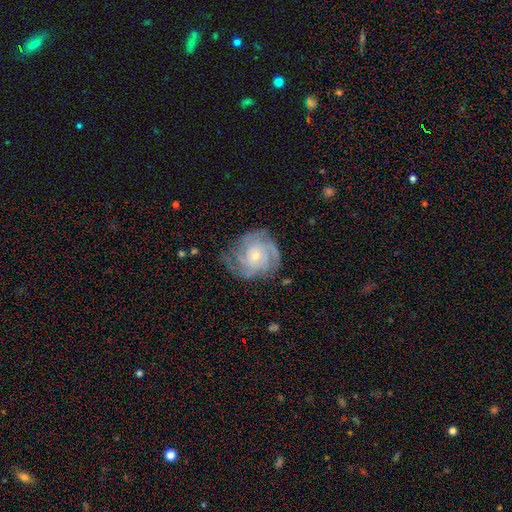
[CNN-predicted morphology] Smooth or featured: featured or disk — 81% (smooth — 13%)
Edge-on disk: no — 98% (yes — 2%)
Bar: no — 78% (weak — 19%)
Spiral arms: yes — 94% (no — 6%)
Spiral winding: tight — 65% (medium — 28%)
Spiral arm count: can't tell — 35% (3 — 20%)
Bulge size: small — 63% (moderate — 33%)
Merging: none — 68% (minor disturbance — 21%)